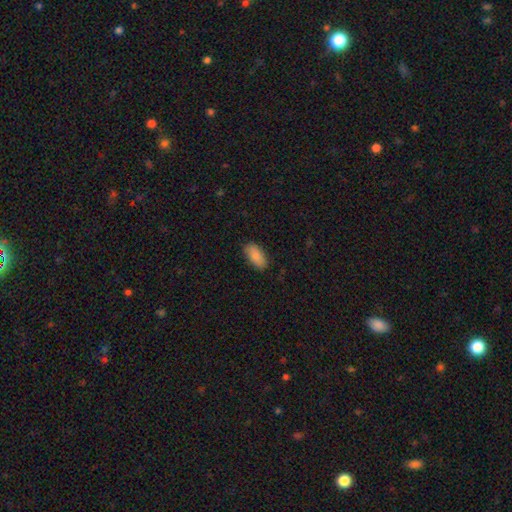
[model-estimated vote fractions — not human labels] This is clearly a smooth galaxy (88%). How rounded: clearly in between (90%). Merging: clearly none (86%).